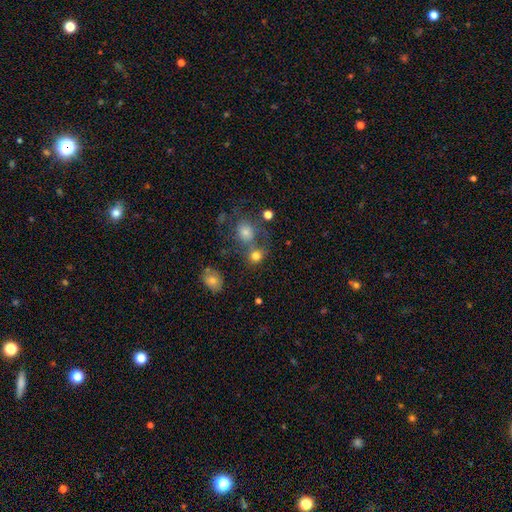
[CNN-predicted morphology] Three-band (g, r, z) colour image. It shows a smooth galaxy with no disk features (76%) that is round (75%). Merging: none (46%).